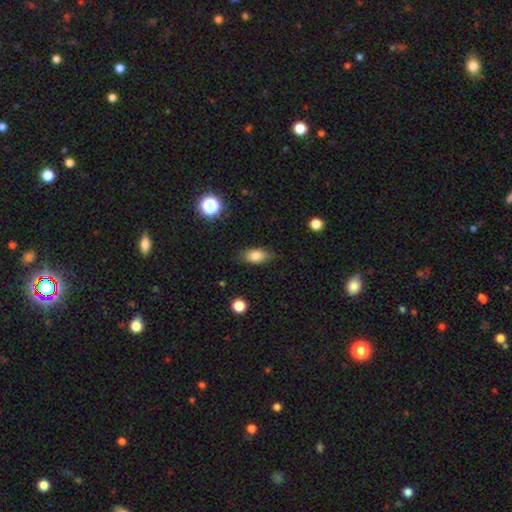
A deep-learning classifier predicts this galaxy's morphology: The model was most divided on "merging": none: 82%, minor disturbance: 13%, major disturbance: 3%, merger: 1%. More confident: how rounded — in between (87%); smooth or featured — smooth (83%).